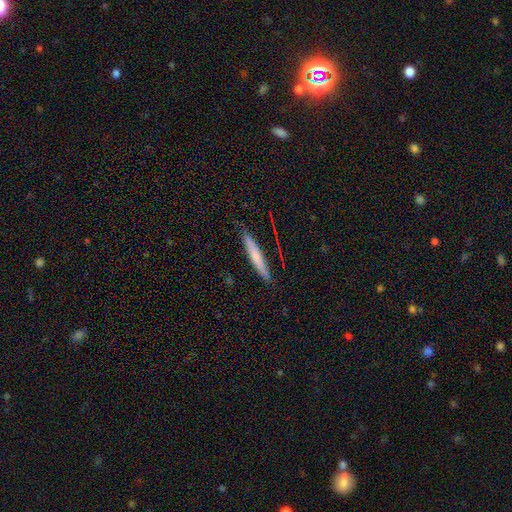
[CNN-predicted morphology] The model was most divided on "smooth or featured": smooth: 61%, featured or disk: 33%, star or artifact: 6%. More confident: how rounded — cigar-shaped (94%); merging — none (84%).